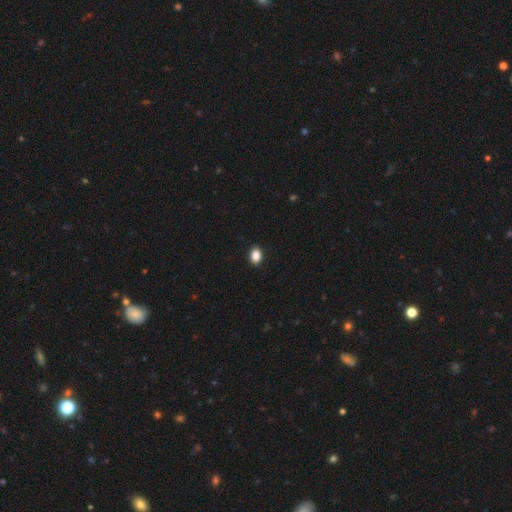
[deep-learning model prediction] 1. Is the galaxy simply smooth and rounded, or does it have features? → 87% smooth, 9% star or artifact, 4% featured or disk.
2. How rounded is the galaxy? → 77% in between, 22% round, 1% cigar-shaped.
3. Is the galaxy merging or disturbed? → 91% none, 6% minor disturbance, 2% major disturbance, 1% merger.